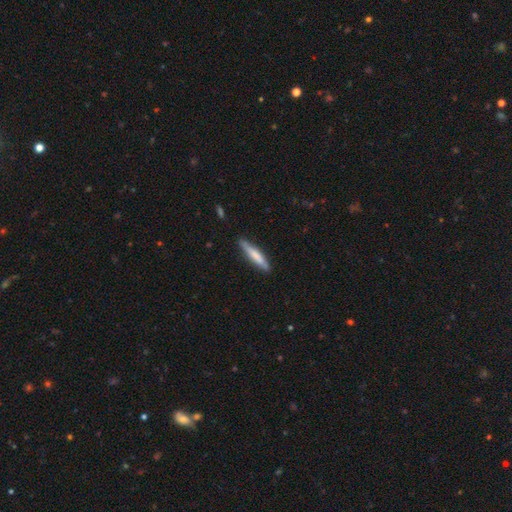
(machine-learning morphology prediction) Smooth or featured: smooth — 66% (featured or disk — 29%)
How rounded: cigar-shaped — 90% (in between — 9%)
Merging: none — 83% (minor disturbance — 14%)